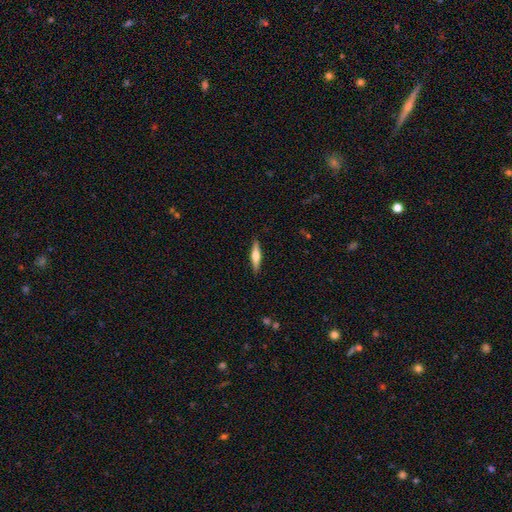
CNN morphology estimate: type=featured or disk (52%); edge-on=yes (96%); merging=none (89%).